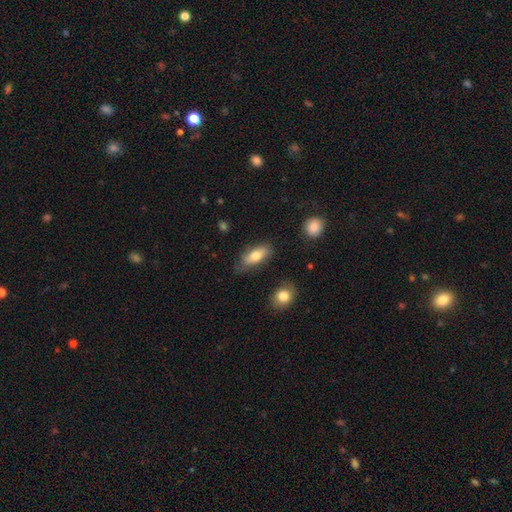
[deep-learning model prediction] Morphology: type=smooth (73%); roundness=in between (80%); merging=none (73%).